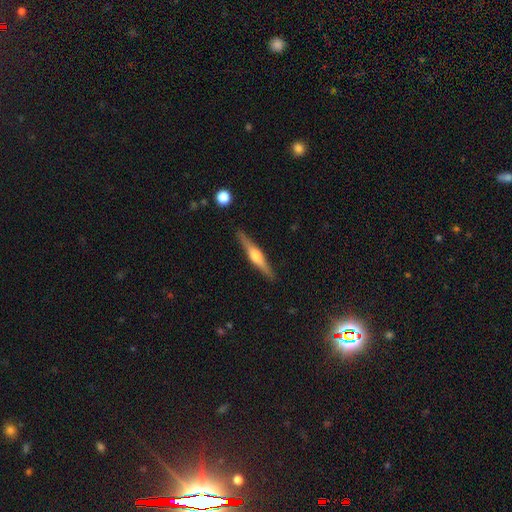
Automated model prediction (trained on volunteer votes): smooth_or_featured: featured or disk (p=0.70) [alt: smooth p=0.25]
disk_edge_on: yes (p=0.98) [alt: no p=0.02]
edge_on_bulge: rounded (p=0.91) [alt: boxy p=0.06]
merging: none (p=0.90) [alt: minor disturbance p=0.07]